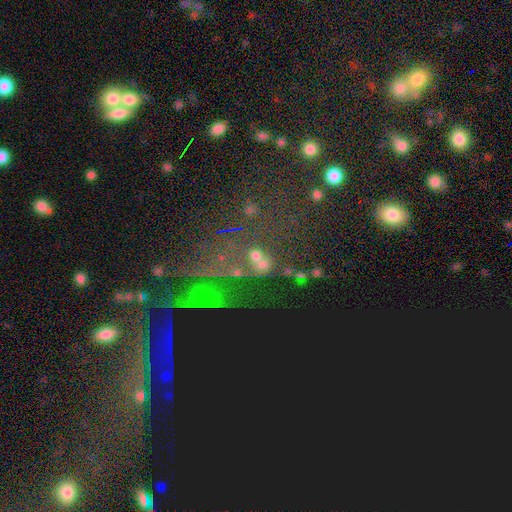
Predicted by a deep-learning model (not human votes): Overall: star or artifact (45%; smooth 33%).